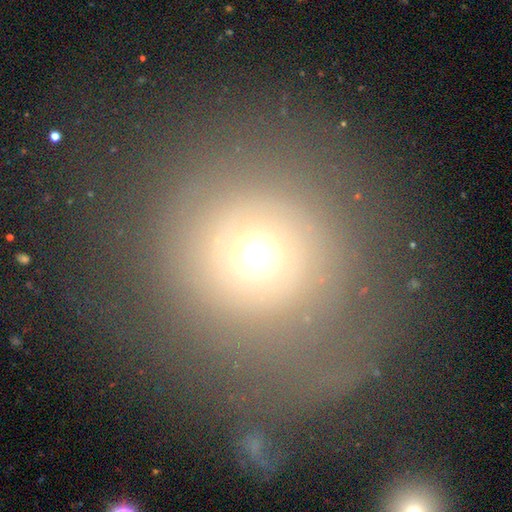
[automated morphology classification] type=smooth (51%); roundness=round (90%); merging=none (60%).